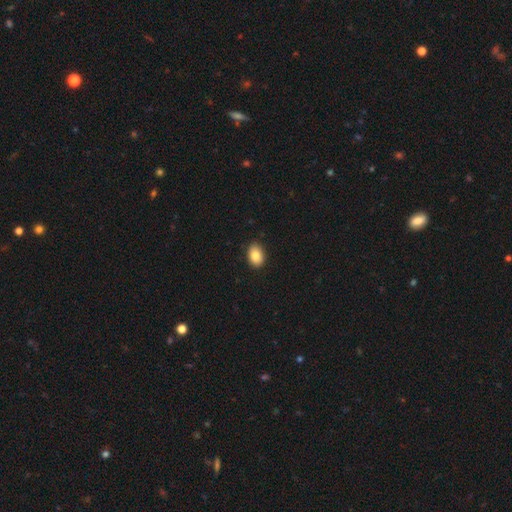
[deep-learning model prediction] Q: Smooth or featured?
A: smooth (85%); runner-up: star or artifact (8%)
Q: How rounded?
A: in between (81%); runner-up: round (17%)
Q: Merging?
A: none (86%); runner-up: minor disturbance (11%)